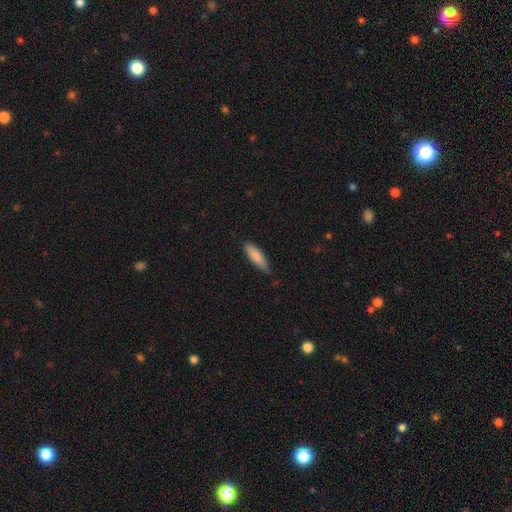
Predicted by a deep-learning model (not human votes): Smooth or featured: smooth — 85% (featured or disk — 10%)
How rounded: cigar-shaped — 55% (in between — 44%)
Merging: none — 73% (minor disturbance — 23%)